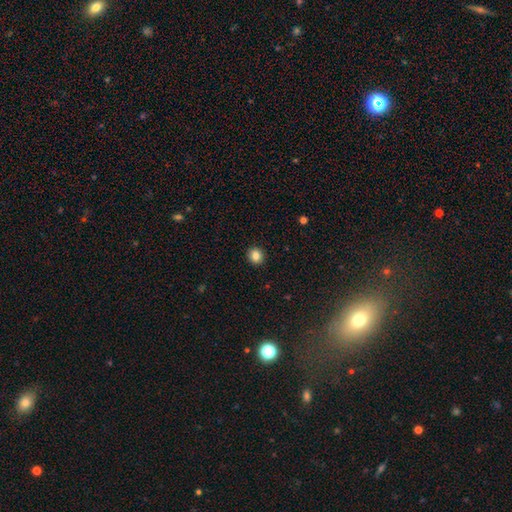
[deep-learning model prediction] A smooth galaxy with no disk features (84%) that is round (86%). Merging: none (92%).